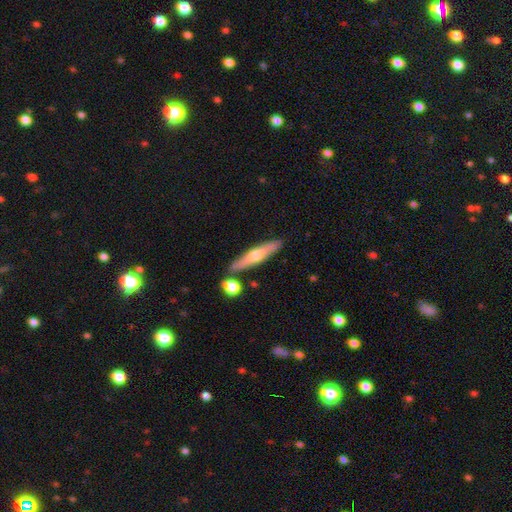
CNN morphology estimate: Overall: featured or disk (52%; smooth 42%). Edge-on disk: yes (91%). Merging: none (82%).